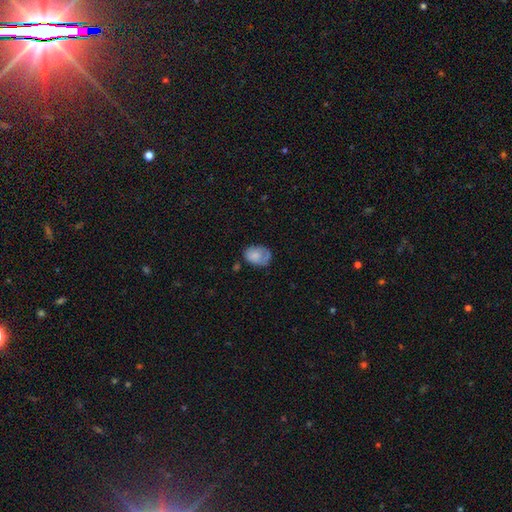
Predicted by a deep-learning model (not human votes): Smooth or featured?
  - smooth: 71% *
  - featured or disk: 21%
  - star or artifact: 8%
How rounded?
  - in between: 74% *
  - round: 25%
  - cigar-shaped: 1%
Merging?
  - none: 51% *
  - minor disturbance: 32%
  - major disturbance: 15%
  - merger: 3%